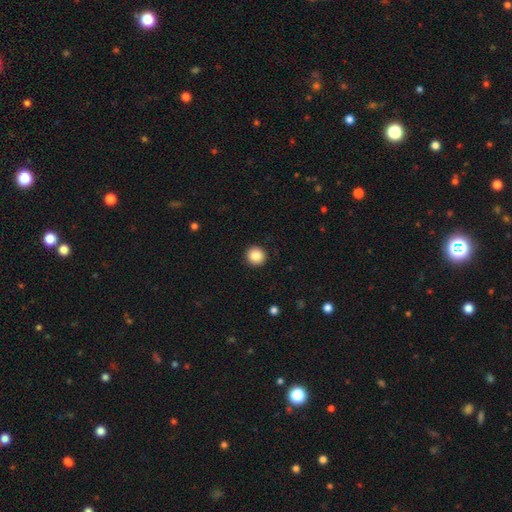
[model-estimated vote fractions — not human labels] A smooth galaxy with no disk features (87%) that is round (93%).

Vote fractions:
- Smooth or featured? smooth: 87% / star or artifact: 9% / featured or disk: 5%
- How rounded? round: 93% / in between: 6% / cigar-shaped: 1%
- Merging? none: 93% / minor disturbance: 5% / major disturbance: 2% / merger: 1%